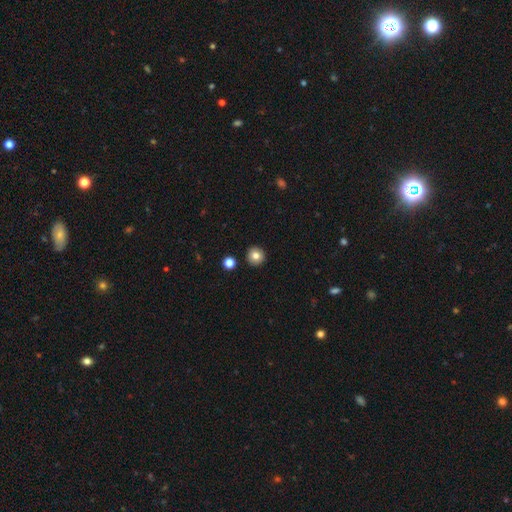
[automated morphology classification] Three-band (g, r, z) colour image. It shows a smooth galaxy with no disk features (81%) that is round (95%). Merging: none (92%).